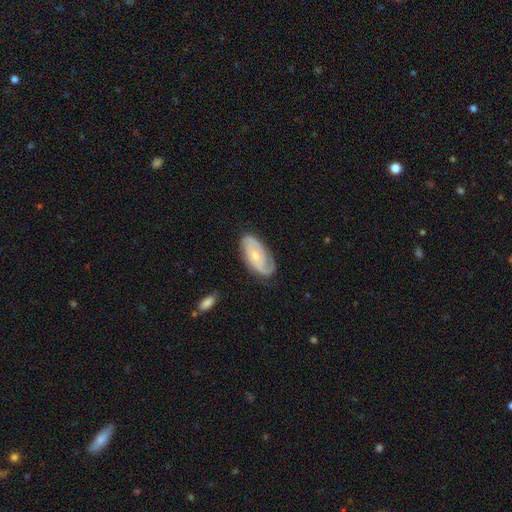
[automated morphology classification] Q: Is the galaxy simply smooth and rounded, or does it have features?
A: featured or disk — 76%.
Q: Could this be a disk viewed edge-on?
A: no — 94%.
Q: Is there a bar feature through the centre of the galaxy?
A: no — 67%.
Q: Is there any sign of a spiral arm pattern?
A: yes — 89%.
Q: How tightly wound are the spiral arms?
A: tight — 59%.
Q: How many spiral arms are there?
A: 2 — 48%.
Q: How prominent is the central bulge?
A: small — 49%.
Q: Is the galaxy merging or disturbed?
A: none — 72%.